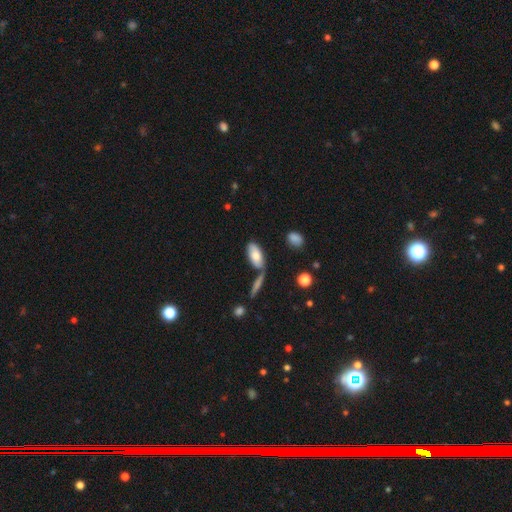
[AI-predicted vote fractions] The model was most divided on "merging": none: 54%, merger: 21%, minor disturbance: 18%, major disturbance: 6%. More confident: how rounded — in between (88%); smooth or featured — smooth (73%).